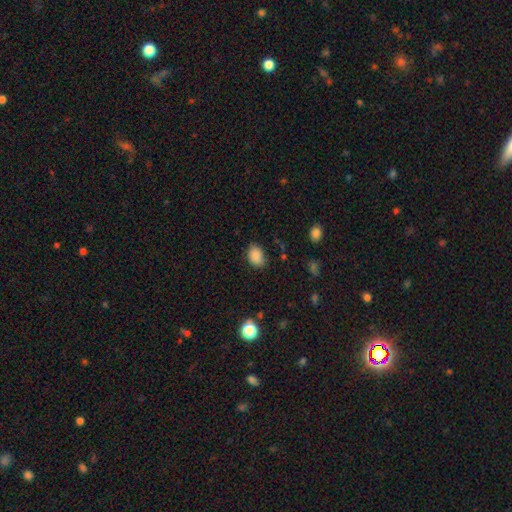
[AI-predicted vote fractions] smooth_or_featured: smooth (p=0.87) [alt: star or artifact p=0.09]
how_rounded: in between (p=0.72) [alt: round p=0.27]
merging: none (p=0.79) [alt: minor disturbance p=0.16]